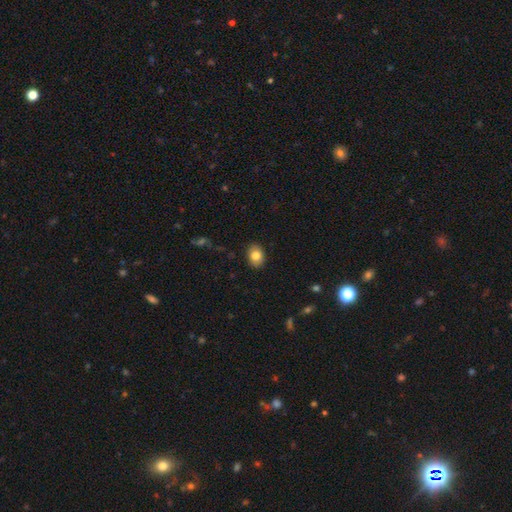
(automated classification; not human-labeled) A smooth galaxy with no disk features (82%) that is in between round and cigar-shaped (69%).

Vote fractions:
- Smooth or featured? smooth: 82% / featured or disk: 9% / star or artifact: 8%
- How rounded? in between: 69% / round: 30% / cigar-shaped: 1%
- Merging? none: 88% / minor disturbance: 9% / major disturbance: 2% / merger: 1%